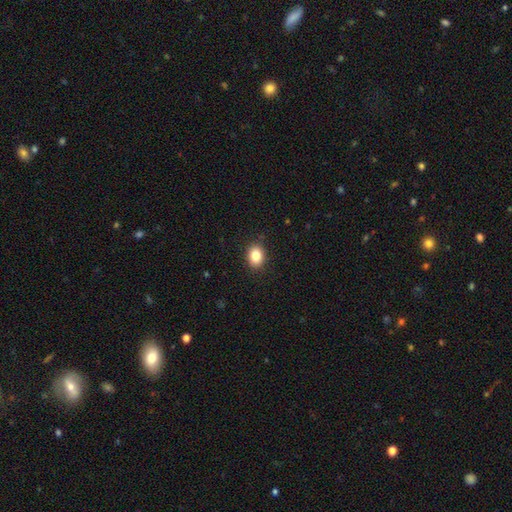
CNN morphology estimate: smooth-or-featured: smooth: 85% | star or artifact: 9% | featured or disk: 6%
  how-rounded: in between: 63% | round: 36% | cigar-shaped: 1%
  merging: none: 88% | minor disturbance: 9% | major disturbance: 2% | merger: 1%